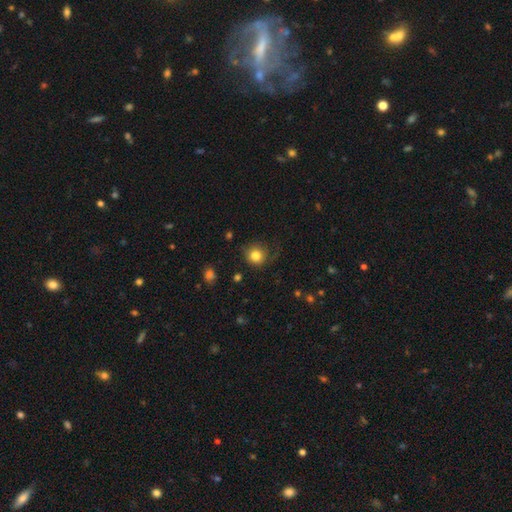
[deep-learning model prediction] Overall: smooth (81%). How rounded: round (88%). Merging: none (68%).